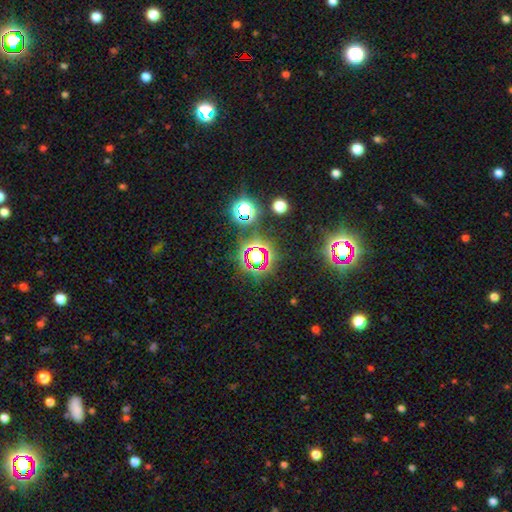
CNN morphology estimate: Q: Smooth or featured?
A: star or artifact (69%); runner-up: smooth (20%)